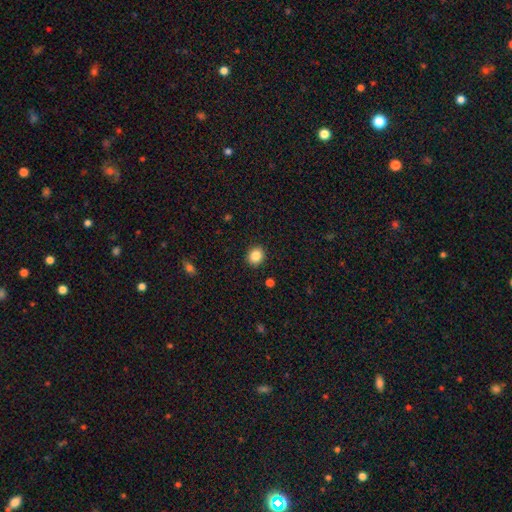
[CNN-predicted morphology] Smooth or featured: smooth — 85% (star or artifact — 10%)
How rounded: round — 75% (in between — 25%)
Merging: none — 91% (minor disturbance — 6%)